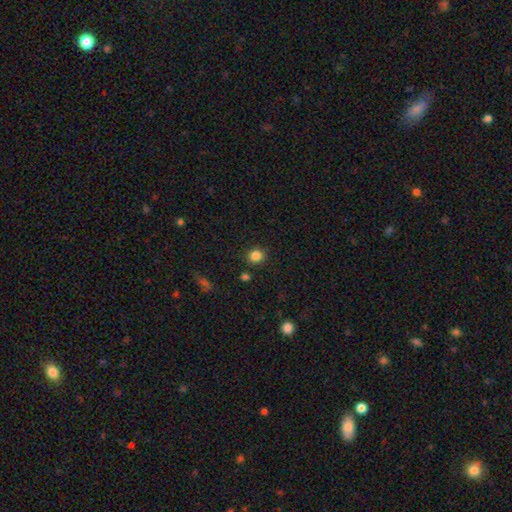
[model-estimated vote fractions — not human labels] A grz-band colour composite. It shows a smooth galaxy with no disk features (84%) that is round (82%). Merging: none (87%).